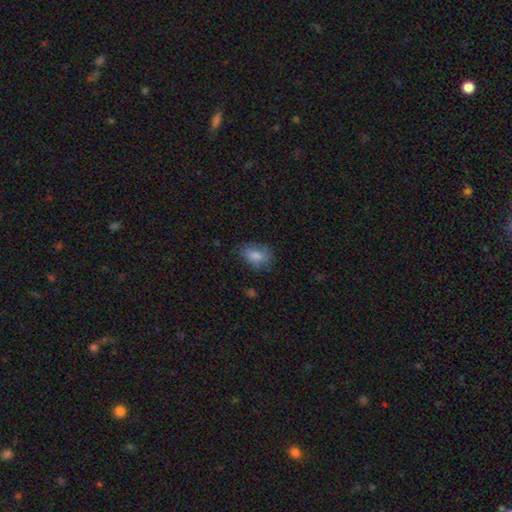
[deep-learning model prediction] Overall: smooth (76%). How rounded: in between (84%). Merging: none (67%).